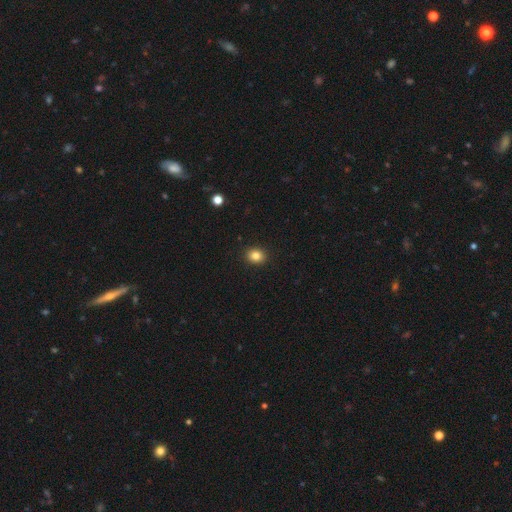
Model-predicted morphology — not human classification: type=smooth (84%); roundness=round (64%); merging=none (91%).